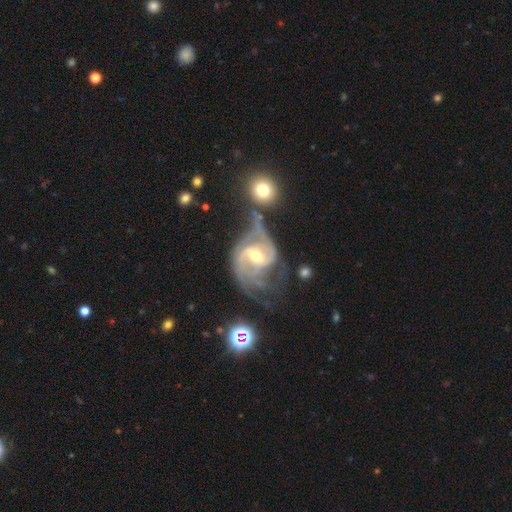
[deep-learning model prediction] A featured or disk galaxy (91%) with a weak bar (48%), 2 (74%) medium (52%) spiral arms (97%) and a moderate central bulge (53%).

Vote fractions:
- Smooth or featured? featured or disk: 91% / star or artifact: 5% / smooth: 4%
- Edge-on disk? no: 97% / yes: 3%
- Bar? weak: 48% / strong: 37% / no: 16%
- Spiral arms? yes: 97% / no: 3%
- Spiral winding? medium: 52% / tight: 25% / loose: 23%
- Spiral arm count? 2: 74% / can't tell: 9% / 3: 9% / 1: 3% / 4: 3% / more than 4: 3%
- Bulge size? moderate: 53% / small: 42% / large: 3% / none: 1% / dominant: 1%
- Merging? none: 37% / major disturbance: 28% / minor disturbance: 21% / merger: 14%